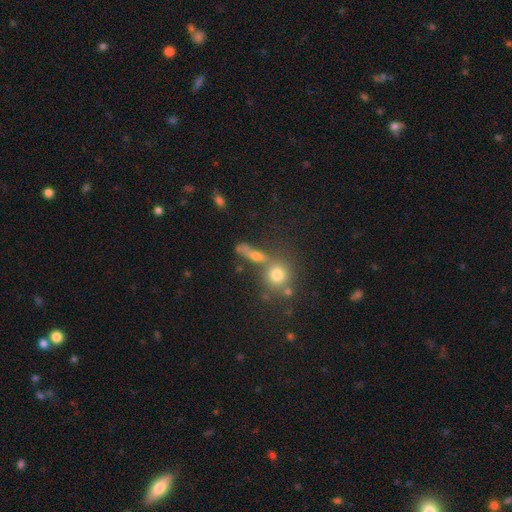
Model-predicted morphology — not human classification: smooth 63%, featured or disk 20%, star or artifact 17%. Down the decision tree: how rounded — round (36%); merging — none (53%).